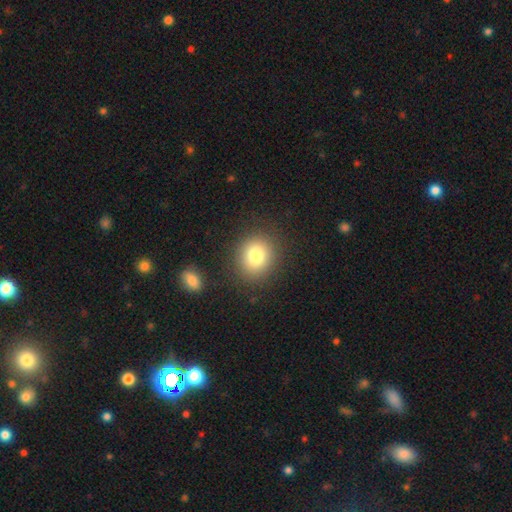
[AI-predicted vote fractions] Morphology: type=smooth (80%); roundness=round (76%); merging=none (84%).